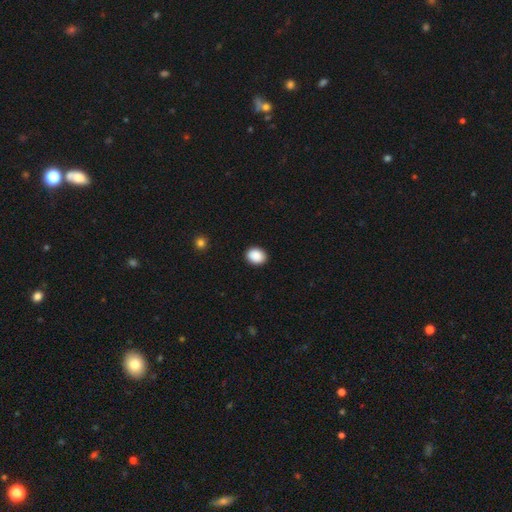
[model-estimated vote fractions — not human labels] Smooth or featured? smooth (90%)
How rounded? in between (58%)
Merging? none (90%)